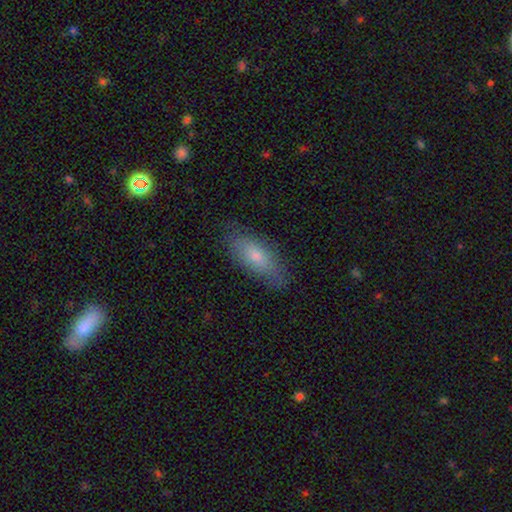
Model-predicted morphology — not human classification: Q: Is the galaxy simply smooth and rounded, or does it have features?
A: smooth — 73%.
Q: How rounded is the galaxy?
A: in between — 75%.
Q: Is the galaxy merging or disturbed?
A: none — 80%.